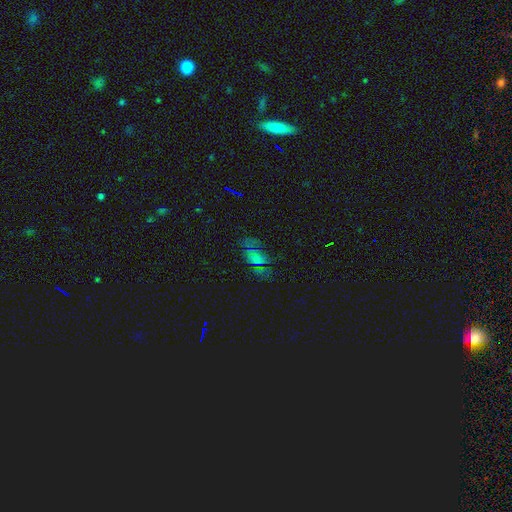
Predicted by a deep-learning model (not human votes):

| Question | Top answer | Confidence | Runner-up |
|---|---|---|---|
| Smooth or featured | star or artifact | 39% | featured or disk (32%) |